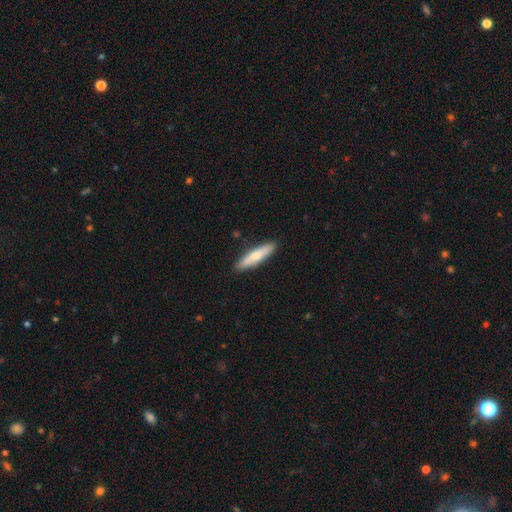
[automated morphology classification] A smooth galaxy with no disk features (69%) that is cigar-shaped (81%). Merging: none (88%).